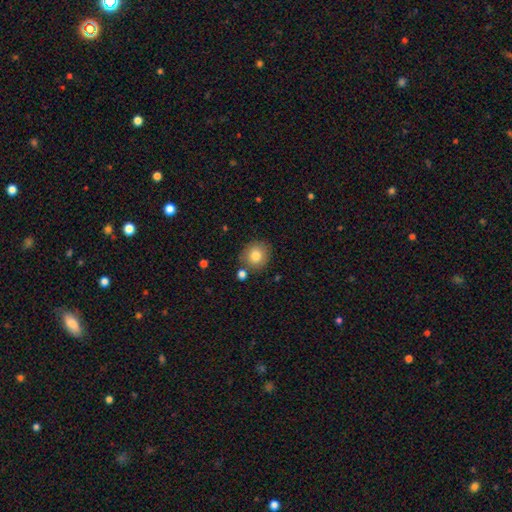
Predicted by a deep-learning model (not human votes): A smooth galaxy with no disk features (81%) that is round (87%).

Vote fractions:
- Smooth or featured? smooth: 81% / star or artifact: 9% / featured or disk: 9%
- How rounded? round: 87% / in between: 12% / cigar-shaped: 1%
- Merging? none: 80% / minor disturbance: 10% / merger: 7% / major disturbance: 3%